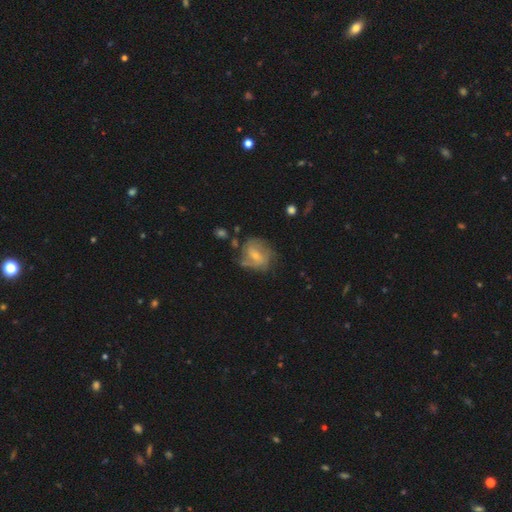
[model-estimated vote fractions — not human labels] Morphology: type=featured or disk (67%); edge-on=no (97%); bar=no (45%); spiral arms=yes (81%); winding=medium (41%); arm count=can't tell (38%); bulge=small (62%); merging=none (55%).